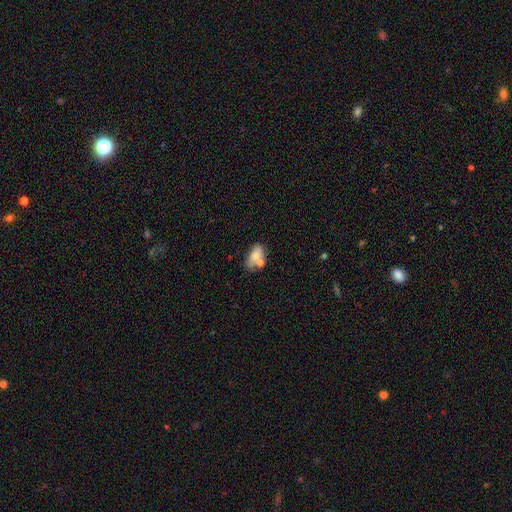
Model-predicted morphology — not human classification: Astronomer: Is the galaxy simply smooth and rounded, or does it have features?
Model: smooth — 63%.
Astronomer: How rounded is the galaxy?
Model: in between — 86%.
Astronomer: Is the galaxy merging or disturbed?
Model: none — 38% (runner-up: merger, 31%).